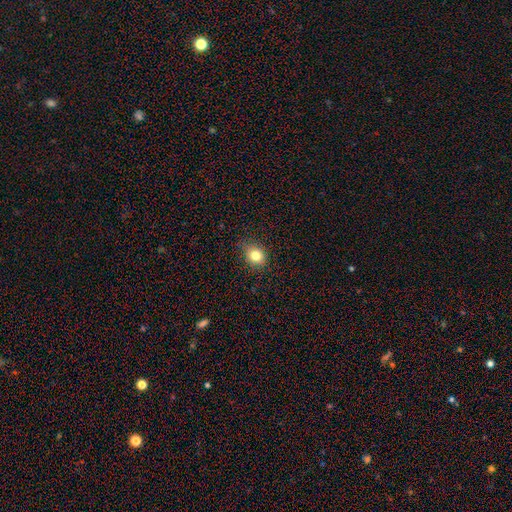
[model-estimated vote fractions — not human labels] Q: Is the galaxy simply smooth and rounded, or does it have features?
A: smooth — 80%.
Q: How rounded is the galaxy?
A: round — 67%.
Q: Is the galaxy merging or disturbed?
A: none — 84%.